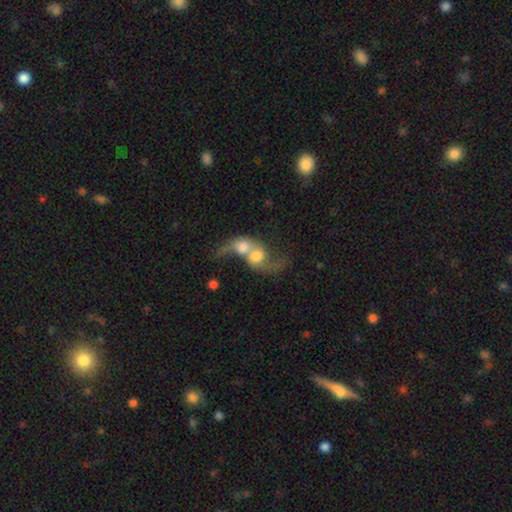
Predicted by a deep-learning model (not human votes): This is possibly a featured or disk galaxy (53%). It is clearly not viewed edge-on (94%). Bar: likely no (71%). Spiral arm pattern: likely yes (67%). Central bulge: marginally large (37%). Merging: clearly merger (83%).